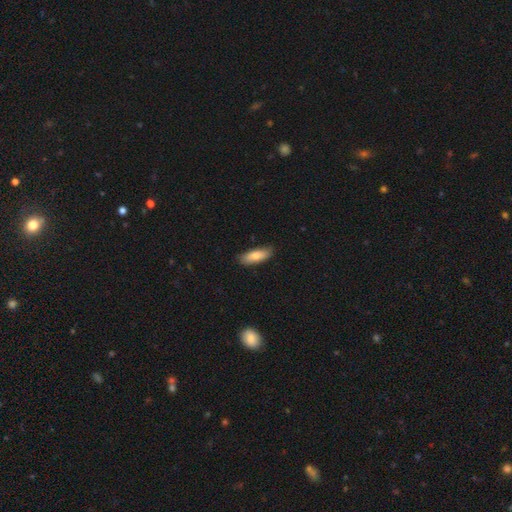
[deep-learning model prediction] Smooth or featured? Predicted: smooth (p=0.78). How rounded? Predicted: in between (p=0.67). Merging? Predicted: none (p=0.84).